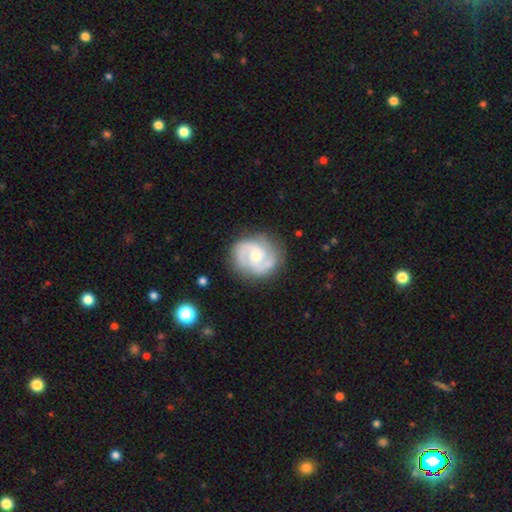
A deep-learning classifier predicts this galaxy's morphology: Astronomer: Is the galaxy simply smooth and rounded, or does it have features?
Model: featured or disk — 83%.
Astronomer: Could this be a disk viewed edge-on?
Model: no — 98%.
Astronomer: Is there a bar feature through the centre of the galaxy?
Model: no — 61%.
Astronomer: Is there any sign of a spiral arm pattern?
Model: yes — 94%.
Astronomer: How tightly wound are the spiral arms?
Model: medium — 47% (runner-up: tight, 39%).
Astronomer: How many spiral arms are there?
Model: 2 — 76%.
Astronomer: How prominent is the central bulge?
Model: moderate — 56% (runner-up: small, 40%).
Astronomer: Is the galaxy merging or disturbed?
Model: none — 77%.